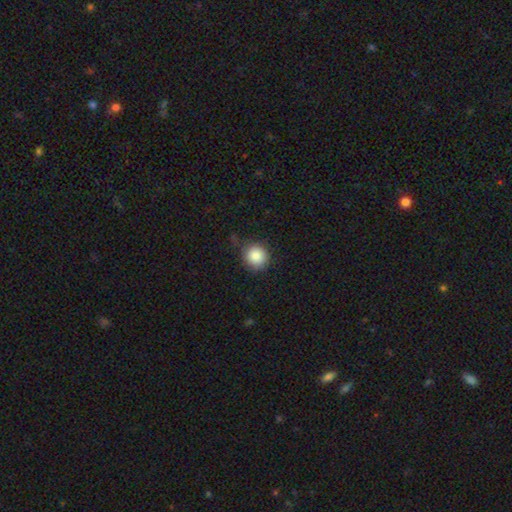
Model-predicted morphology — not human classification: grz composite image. It shows a smooth galaxy with no disk features (86%) that is round (92%). Merging: none (79%).